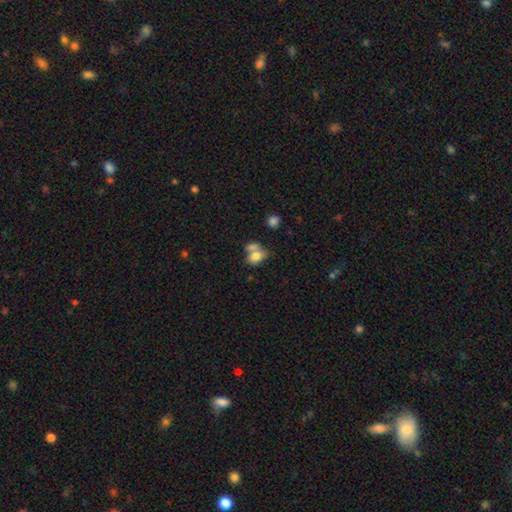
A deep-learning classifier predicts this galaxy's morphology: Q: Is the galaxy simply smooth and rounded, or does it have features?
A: smooth — 77%.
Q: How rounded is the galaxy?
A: in between — 79%.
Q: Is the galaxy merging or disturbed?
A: merger — 48%.